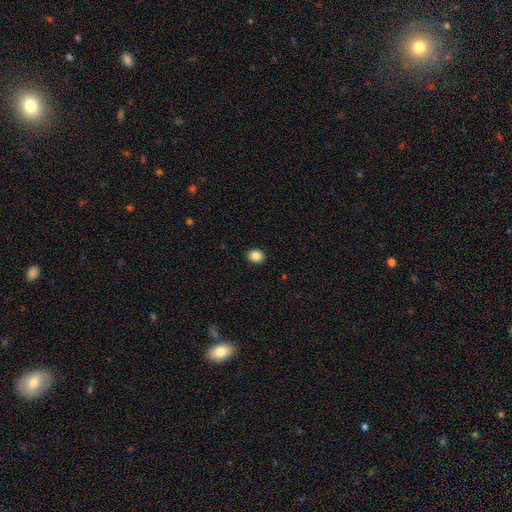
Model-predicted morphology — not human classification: A smooth galaxy with no disk features (87%) that is round (60%). Merging: none (92%).